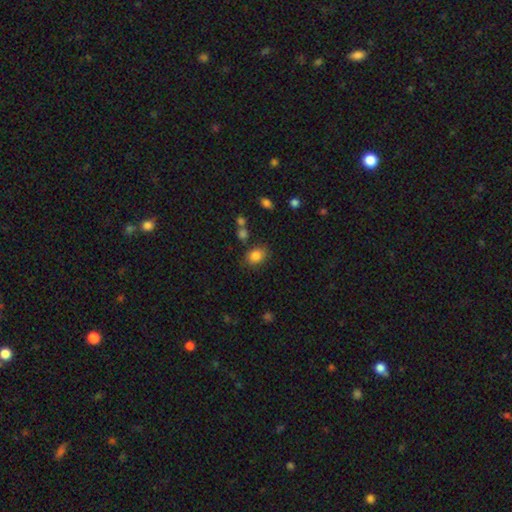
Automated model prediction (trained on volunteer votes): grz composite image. It shows a smooth galaxy with no disk features (83%) that is in between round and cigar-shaped (60%). Merging: none (76%).